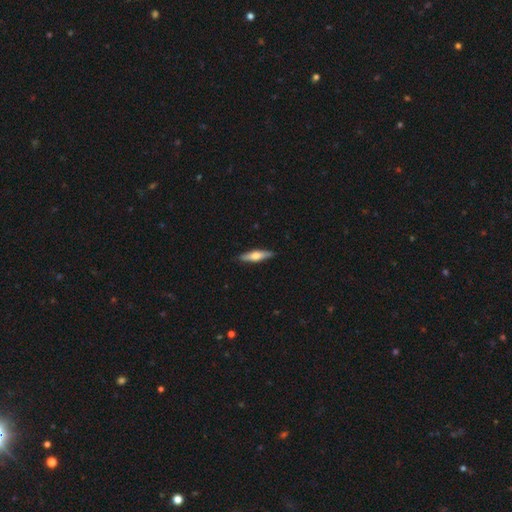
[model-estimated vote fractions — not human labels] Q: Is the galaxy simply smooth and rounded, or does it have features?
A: smooth — 50%.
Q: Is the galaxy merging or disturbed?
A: none — 89%.